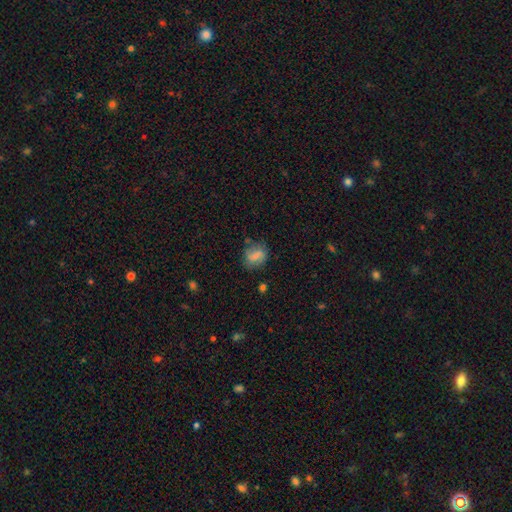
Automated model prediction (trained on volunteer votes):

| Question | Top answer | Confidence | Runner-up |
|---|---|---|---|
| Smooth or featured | smooth | 67% | featured or disk (24%) |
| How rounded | in between | 49% | tied: round (49%) |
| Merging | none | 68% | minor disturbance (22%) |